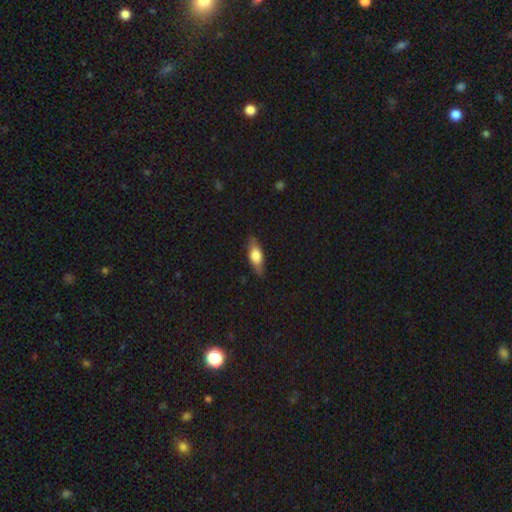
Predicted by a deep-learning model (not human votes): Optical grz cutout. It shows a smooth galaxy with no disk features (59%) that is in between round and cigar-shaped (68%). Merging: none (81%).